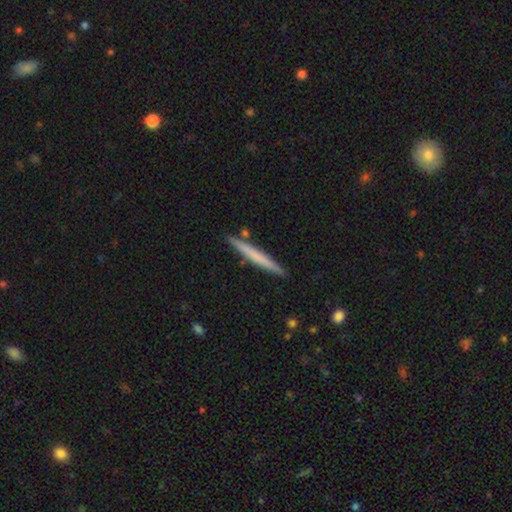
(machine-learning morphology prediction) Smooth or featured? smooth (59%)
How rounded? cigar-shaped (97%)
Merging? none (89%)